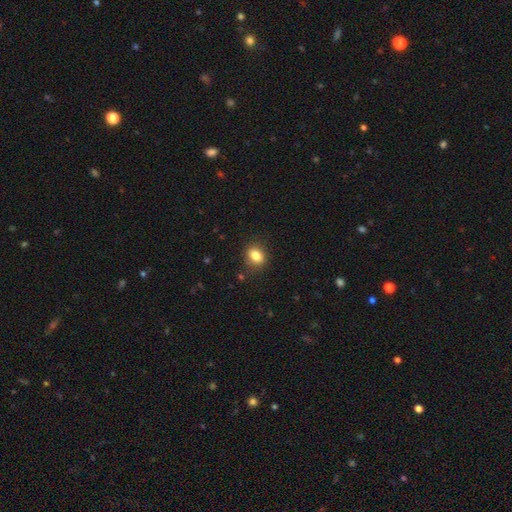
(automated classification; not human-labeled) smooth 83%, star or artifact 10%, featured or disk 7%. Down the decision tree: how rounded — in between (68%); merging — none (83%).